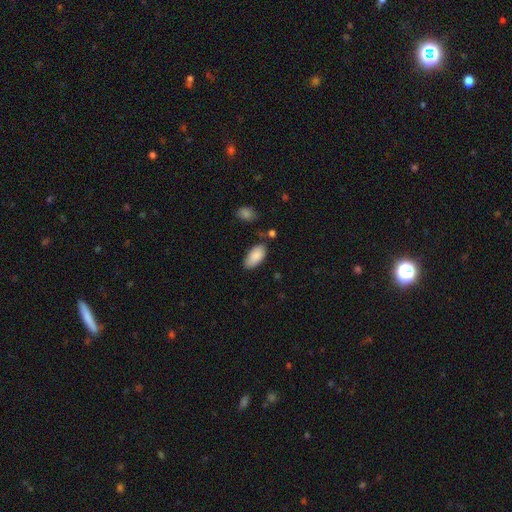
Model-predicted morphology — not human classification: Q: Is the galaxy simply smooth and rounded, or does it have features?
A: smooth — 88%.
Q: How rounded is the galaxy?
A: in between — 95%.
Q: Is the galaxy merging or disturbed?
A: none — 71%.